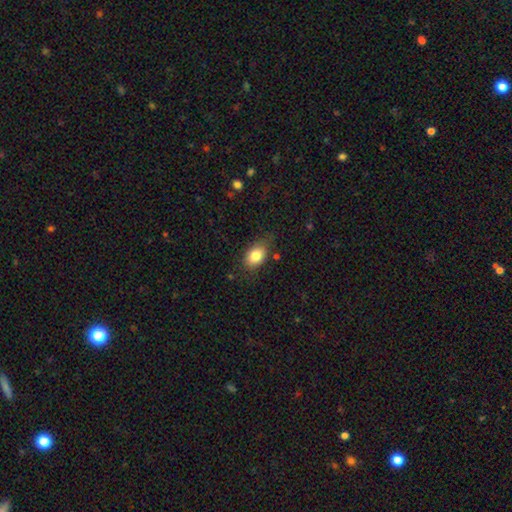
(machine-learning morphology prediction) A smooth galaxy with no disk features (82%) that is in between round and cigar-shaped (83%).

Vote fractions:
- Smooth or featured? smooth: 82% / featured or disk: 10% / star or artifact: 8%
- How rounded? in between: 83% / round: 15% / cigar-shaped: 2%
- Merging? none: 72% / minor disturbance: 21% / major disturbance: 5% / merger: 2%